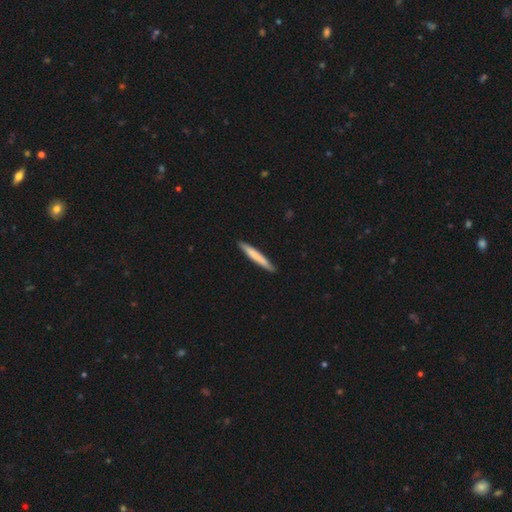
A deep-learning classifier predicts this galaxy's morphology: Overall: smooth (74%). How rounded: cigar-shaped (96%). Merging: none (90%).